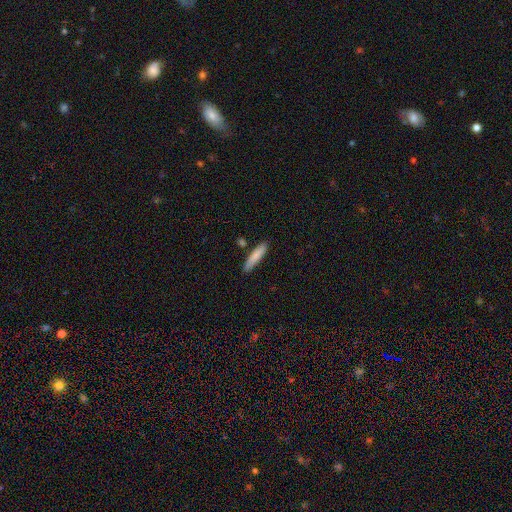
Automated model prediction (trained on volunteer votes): Overall: smooth (82%). How rounded: cigar-shaped (84%). Merging: none (82%).